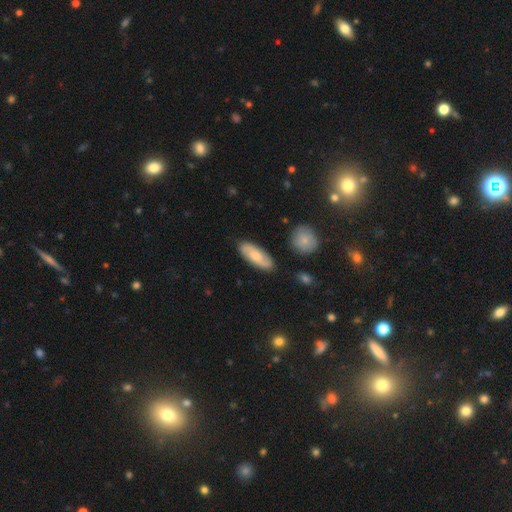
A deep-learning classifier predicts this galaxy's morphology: Smooth or featured? smooth (59%)
How rounded? in between (74%)
Merging? none (84%)